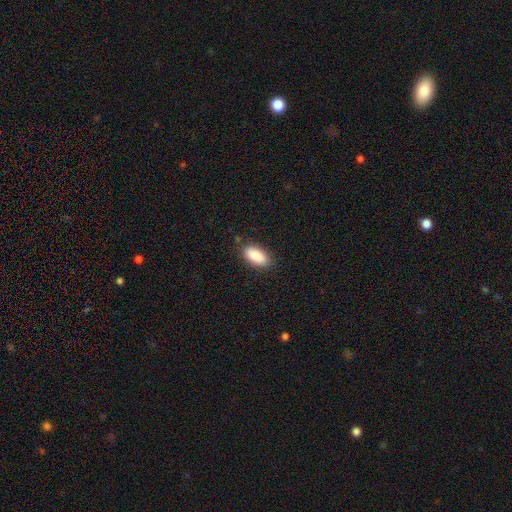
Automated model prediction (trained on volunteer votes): This appears to be a smooth galaxy with no disk features (90%) that is in between round and cigar-shaped (92%). Merging: none (85%).